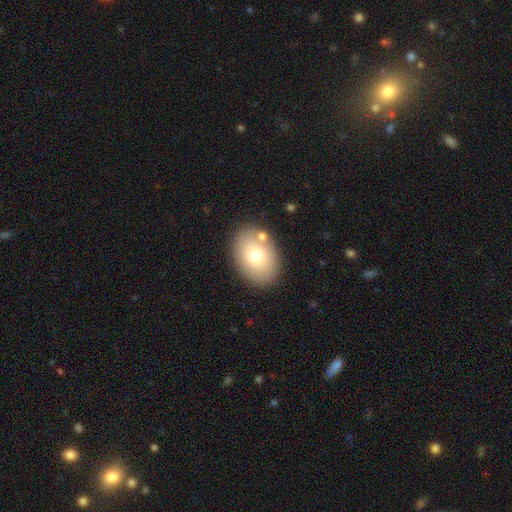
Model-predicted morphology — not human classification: This appears to be a smooth galaxy with no disk features (73%) that is in between round and cigar-shaped (76%). Merging: none (81%).